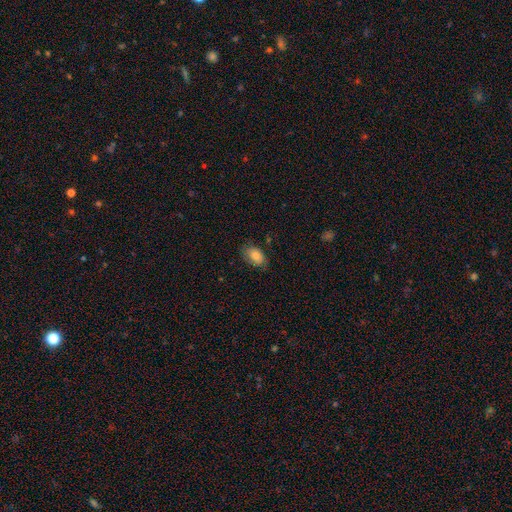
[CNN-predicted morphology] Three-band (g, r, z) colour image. It shows a smooth galaxy with no disk features (77%) that is in between round and cigar-shaped (89%). Merging: none (75%).